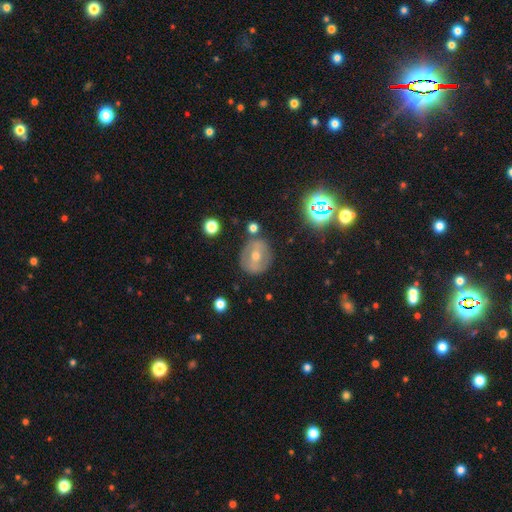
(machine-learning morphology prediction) smooth-or-featured: featured or disk: 53% | smooth: 33% | star or artifact: 15%
  disk-edge-on: no: 93% | yes: 7%
  merging: none: 78% | minor disturbance: 14% | major disturbance: 5% | merger: 4%